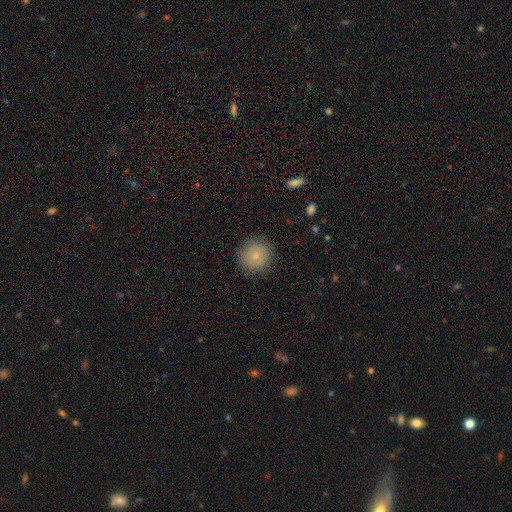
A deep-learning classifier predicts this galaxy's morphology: Q: Smooth or featured?
A: smooth (80%); runner-up: featured or disk (11%)
Q: How rounded?
A: round (95%); runner-up: in between (4%)
Q: Merging?
A: none (89%); runner-up: minor disturbance (8%)